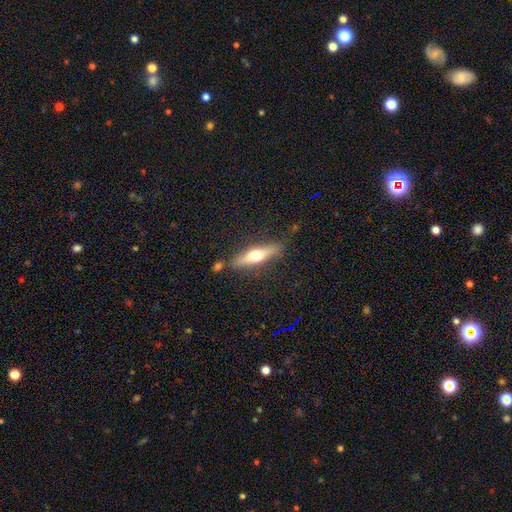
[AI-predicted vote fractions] Smooth or featured: featured or disk — 51% (smooth — 43%)
Edge-on disk: yes — 90% (no — 10%)
Merging: none — 81% (minor disturbance — 12%)